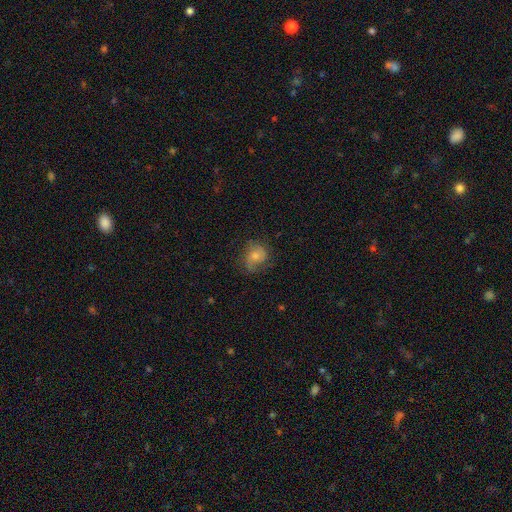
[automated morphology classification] Smooth or featured? smooth (47%)
Merging? none (60%)